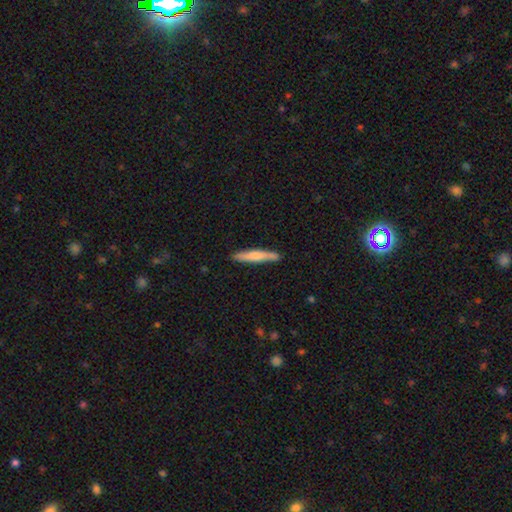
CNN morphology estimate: smooth 68%, featured or disk 27%, star or artifact 5%. Down the decision tree: how rounded — cigar-shaped (93%); merging — none (83%).